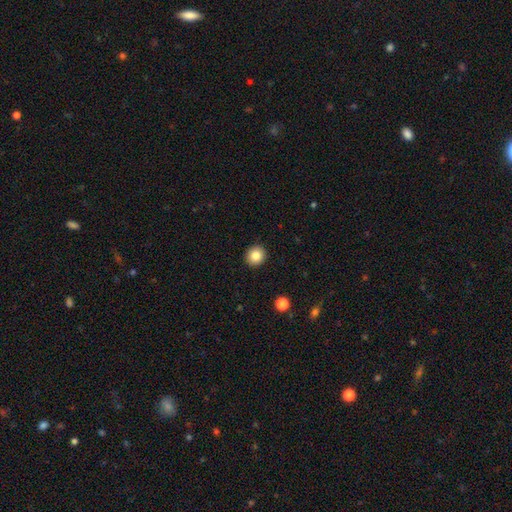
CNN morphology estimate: A smooth galaxy with no disk features (84%) that is round (88%).

Vote fractions:
- Smooth or featured? smooth: 84% / star or artifact: 10% / featured or disk: 6%
- How rounded? round: 88% / in between: 11% / cigar-shaped: 1%
- Merging? none: 92% / minor disturbance: 5% / major disturbance: 2% / merger: 1%